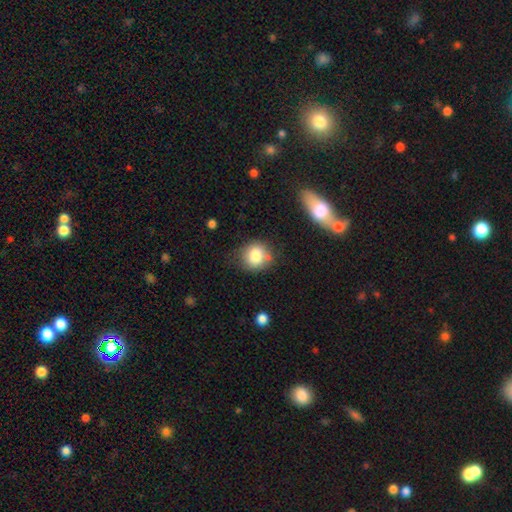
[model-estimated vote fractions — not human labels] Smooth or featured: smooth — 81% (star or artifact — 10%)
How rounded: round — 81% (in between — 18%)
Merging: none — 69% (minor disturbance — 18%)